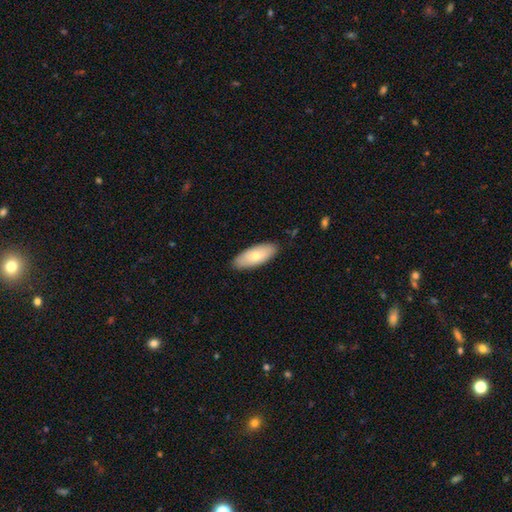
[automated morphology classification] Smooth or featured? smooth (70%)
How rounded? in between (81%)
Merging? none (87%)